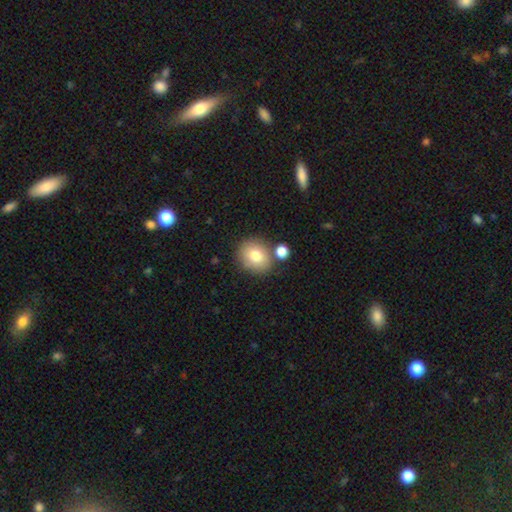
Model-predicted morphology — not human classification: The model was most divided on "how rounded": round: 73%, in between: 26%, cigar-shaped: 1%. More confident: smooth or featured — smooth (78%); merging — none (72%).